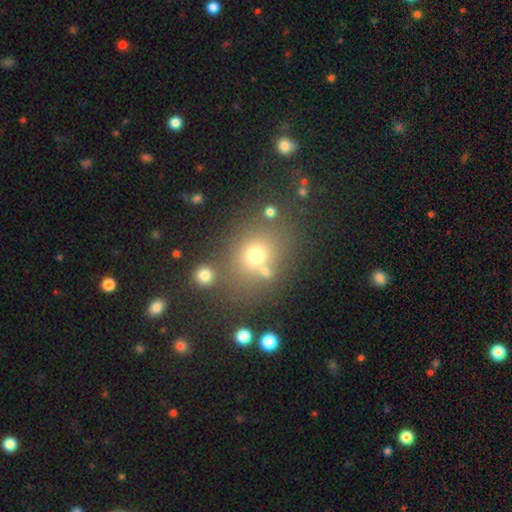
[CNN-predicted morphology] A smooth galaxy with no disk features (67%) that is round (64%). Merging: none (68%).